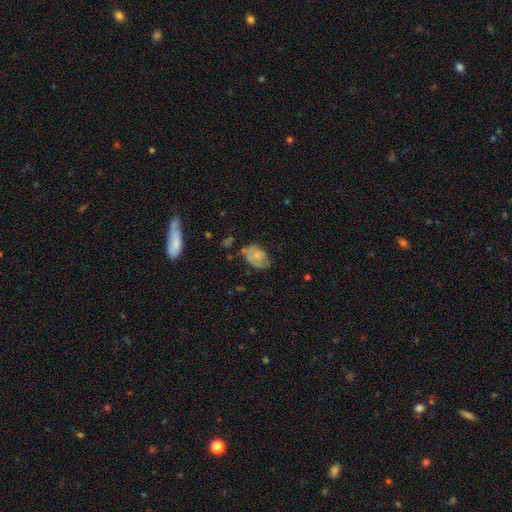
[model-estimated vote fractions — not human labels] A smooth galaxy with no disk features (54%) that is in between round and cigar-shaped (81%).

Vote fractions:
- Smooth or featured? smooth: 54% / featured or disk: 37% / star or artifact: 9%
- How rounded? in between: 81% / round: 18% / cigar-shaped: 1%
- Merging? none: 48% / minor disturbance: 33% / major disturbance: 15% / merger: 4%